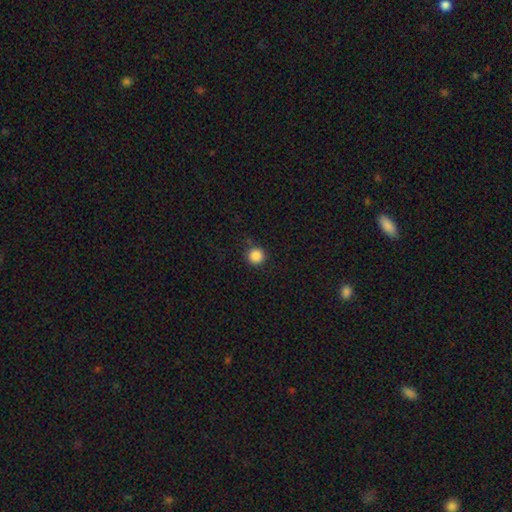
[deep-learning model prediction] smooth_or_featured: smooth (p=0.87) [alt: star or artifact p=0.10]
how_rounded: round (p=0.96) [alt: in between p=0.04]
merging: none (p=0.88) [alt: minor disturbance p=0.08]